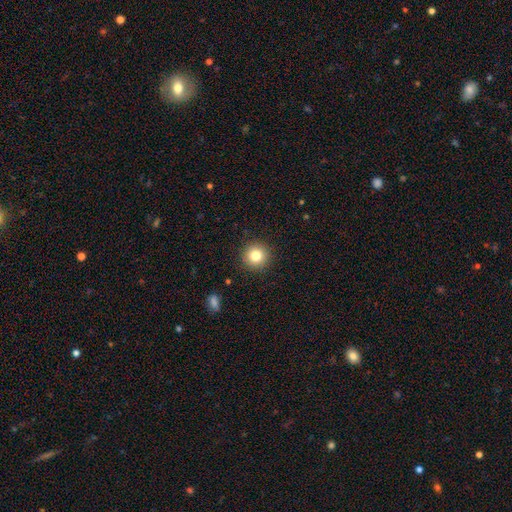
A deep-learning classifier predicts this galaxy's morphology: Q: Smooth or featured?
A: smooth (81%); runner-up: star or artifact (11%)
Q: How rounded?
A: round (95%); runner-up: in between (4%)
Q: Merging?
A: none (91%); runner-up: minor disturbance (6%)